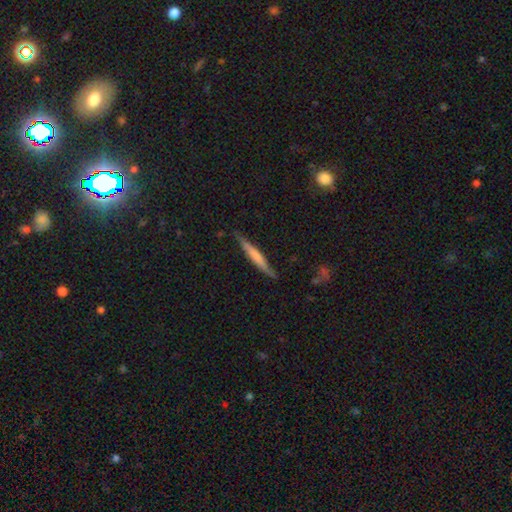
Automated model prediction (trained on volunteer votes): A smooth galaxy with no disk features (51%) that is cigar-shaped (94%).

Vote fractions:
- Smooth or featured? smooth: 51% / featured or disk: 44% / star or artifact: 5%
- How rounded? cigar-shaped: 94% / in between: 4% / round: 1%
- Merging? none: 81% / minor disturbance: 14% / major disturbance: 3% / merger: 2%